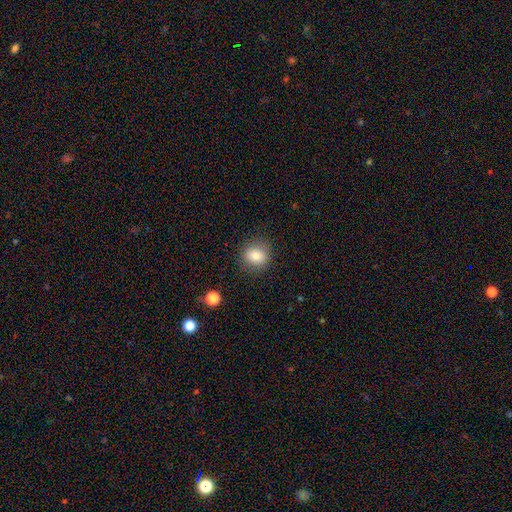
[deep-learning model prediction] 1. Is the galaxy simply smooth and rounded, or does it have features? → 80% smooth, 10% star or artifact, 9% featured or disk.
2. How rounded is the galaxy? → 76% round, 23% in between, 1% cigar-shaped.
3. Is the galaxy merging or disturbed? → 86% none, 10% minor disturbance, 3% major disturbance, 1% merger.